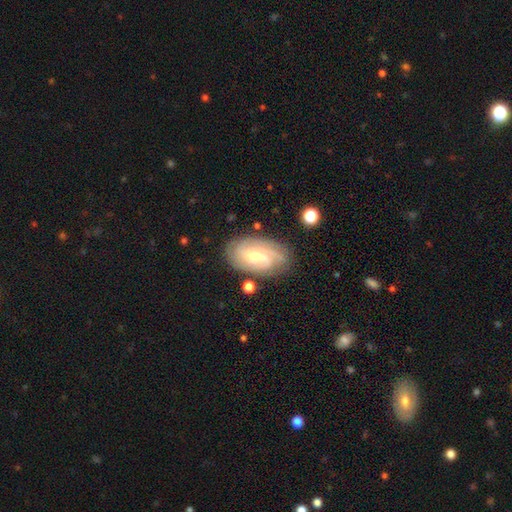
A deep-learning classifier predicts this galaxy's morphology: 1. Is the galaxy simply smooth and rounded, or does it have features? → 73% featured or disk, 20% smooth, 7% star or artifact.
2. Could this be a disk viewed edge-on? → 95% no, 5% yes.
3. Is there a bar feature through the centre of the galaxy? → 46% no, 43% weak, 11% strong.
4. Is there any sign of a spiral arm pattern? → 92% yes, 8% no.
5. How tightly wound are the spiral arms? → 56% tight, 32% medium, 11% loose.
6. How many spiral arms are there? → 35% can't tell, 22% 3, 19% 2, 15% 4, 4% more than 4, 4% 1.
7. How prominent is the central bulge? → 57% small, 38% moderate, 2% large, 1% none, 1% dominant.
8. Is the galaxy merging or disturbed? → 76% none, 16% minor disturbance, 5% major disturbance, 3% merger.